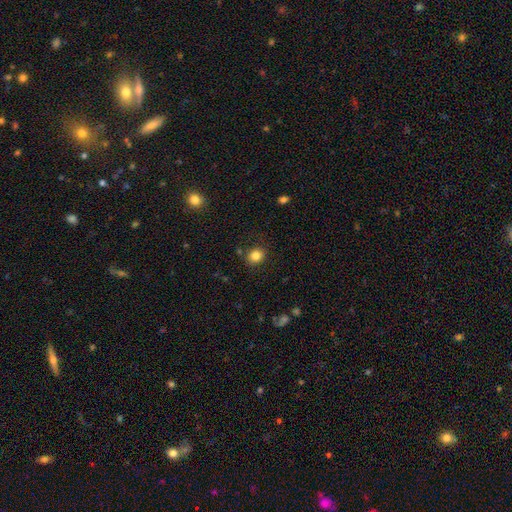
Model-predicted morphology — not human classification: Smooth or featured?
  - smooth: 83% *
  - star or artifact: 11%
  - featured or disk: 6%
How rounded?
  - round: 77% *
  - in between: 22%
  - cigar-shaped: 1%
Merging?
  - none: 86% *
  - minor disturbance: 9%
  - major disturbance: 3%
  - merger: 3%